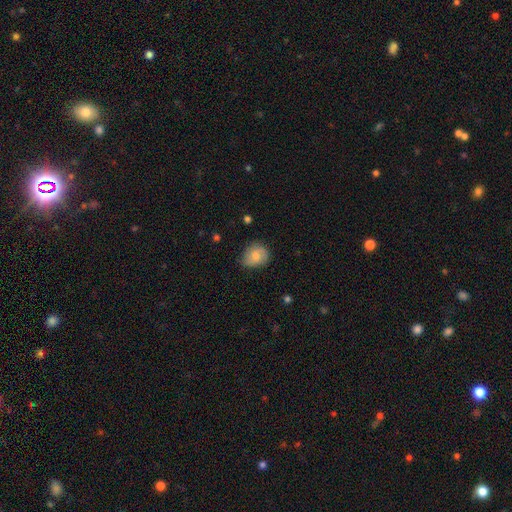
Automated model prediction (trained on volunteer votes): Smooth or featured? Predicted: smooth (p=0.68). How rounded? Predicted: round (p=0.60). Merging? Predicted: none (p=0.58).